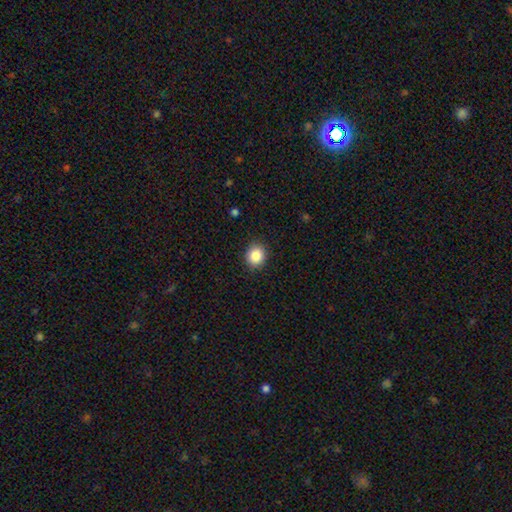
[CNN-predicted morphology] Overall: smooth (85%). How rounded: round (77%). Merging: none (90%).